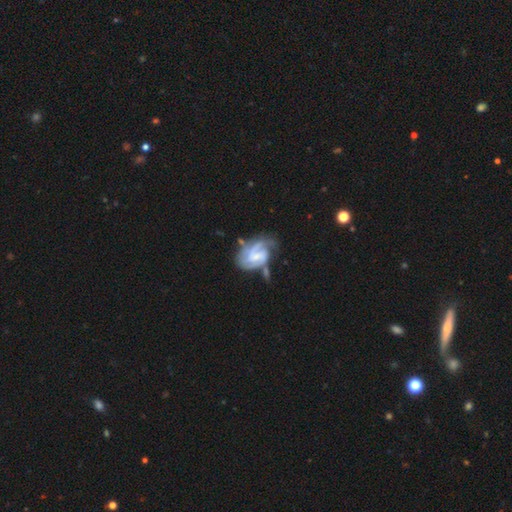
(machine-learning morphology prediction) A featured or disk galaxy (80%) with a weak bar (50%), 2 (48%) tight (42%, tied with medium) spiral arms (92%) and a small central bulge (47%).

Vote fractions:
- Smooth or featured? featured or disk: 80% / smooth: 14% / star or artifact: 6%
- Edge-on disk? no: 98% / yes: 2%
- Bar? weak: 50% / no: 33% / strong: 16%
- Spiral arms? yes: 92% / no: 8%
- Spiral winding? tight: 42% (tied) / medium: 42% (tied) / loose: 16%
- Spiral arm count? 2: 48% / can't tell: 20% / 1: 14% / 3: 12% / 4: 3% / more than 4: 2%
- Bulge size? small: 47% / moderate: 26% / none: 22% / large: 4% / dominant: 1%
- Merging? none: 35% / major disturbance: 24% / minor disturbance: 24% / merger: 16%